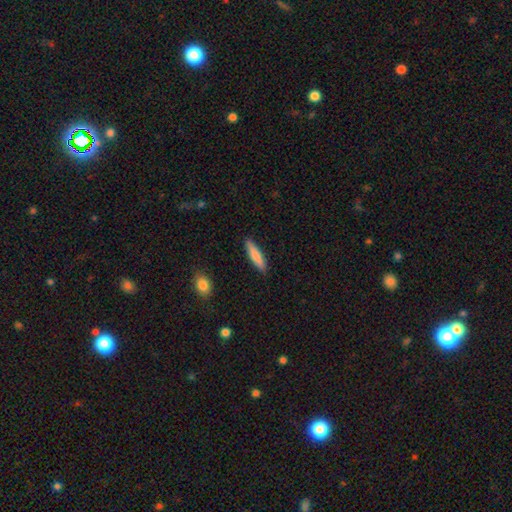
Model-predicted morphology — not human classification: This is likely a smooth galaxy (76%). How rounded: likely cigar-shaped (79%). Merging: clearly none (90%).